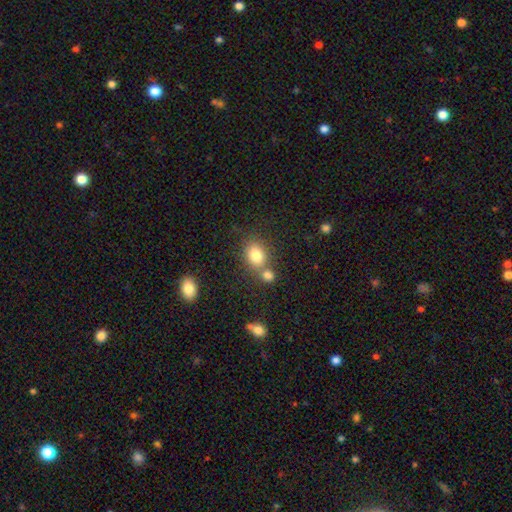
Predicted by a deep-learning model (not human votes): Smooth or featured?
  - smooth: 80% *
  - star or artifact: 11%
  - featured or disk: 9%
How rounded?
  - in between: 61% *
  - round: 38%
  - cigar-shaped: 1%
Merging?
  - none: 53% *
  - merger: 32%
  - minor disturbance: 11%
  - major disturbance: 4%